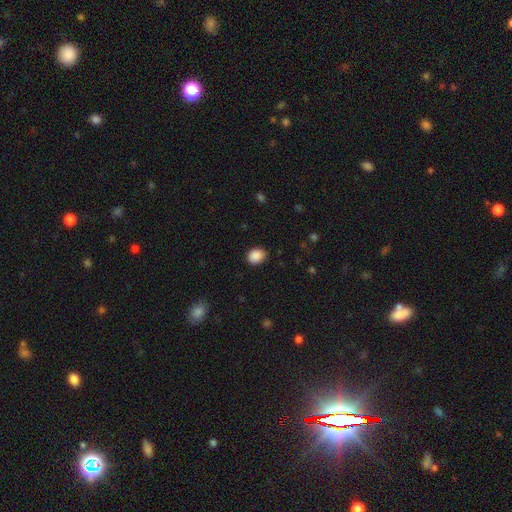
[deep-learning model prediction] Smooth or featured: smooth — 89% (star or artifact — 8%)
How rounded: in between — 54% (round — 45%)
Merging: none — 85% (minor disturbance — 11%)